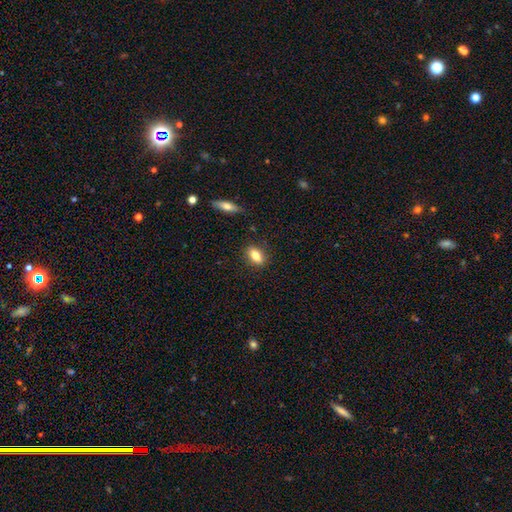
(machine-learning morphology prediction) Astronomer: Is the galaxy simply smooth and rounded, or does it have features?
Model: smooth — 79%.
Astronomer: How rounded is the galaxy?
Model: in between — 82%.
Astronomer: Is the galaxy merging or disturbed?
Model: none — 85%.